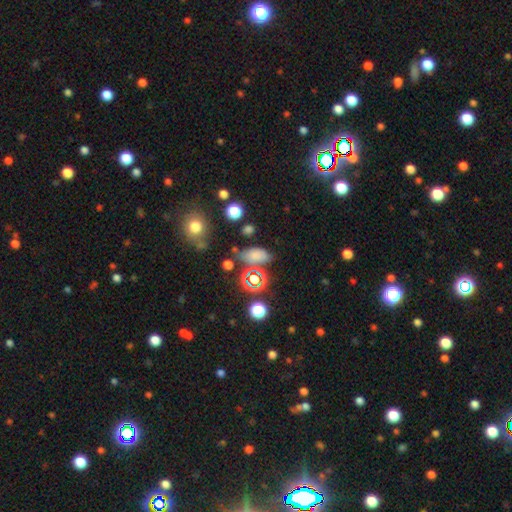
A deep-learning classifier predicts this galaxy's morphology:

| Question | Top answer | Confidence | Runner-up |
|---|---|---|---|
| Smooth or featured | smooth | 66% | star or artifact (23%) |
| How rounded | in between | 81% | round (12%) |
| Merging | none | 62% | minor disturbance (20%) |